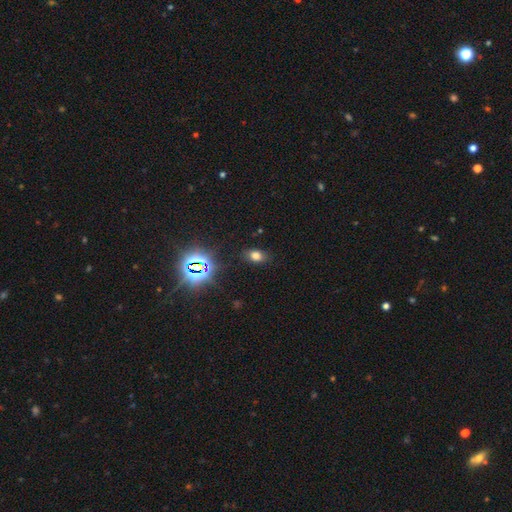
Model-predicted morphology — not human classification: The model was most divided on "smooth or featured": smooth: 67%, star or artifact: 25%, featured or disk: 8%. More confident: merging — none (83%); how rounded — in between (80%).